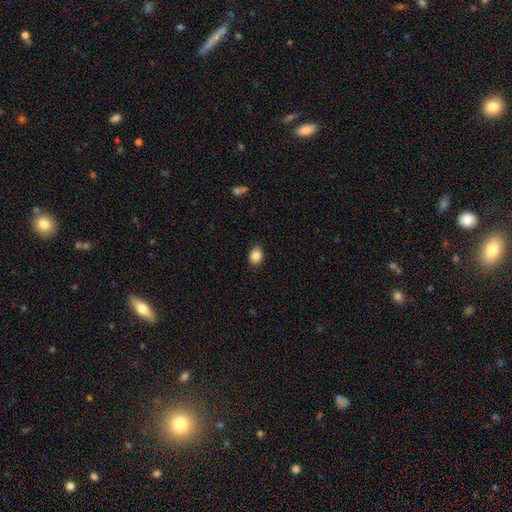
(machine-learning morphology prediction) A smooth galaxy with no disk features (87%) that is in between round and cigar-shaped (61%).

Vote fractions:
- Smooth or featured? smooth: 87% / star or artifact: 9% / featured or disk: 4%
- How rounded? in between: 61% / round: 38% / cigar-shaped: 1%
- Merging? none: 89% / minor disturbance: 8% / major disturbance: 2% / merger: 1%